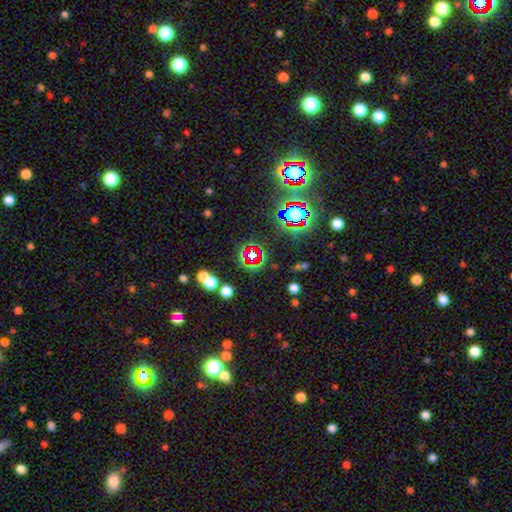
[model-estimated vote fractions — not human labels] Overall: star or artifact (59%; smooth 25%).